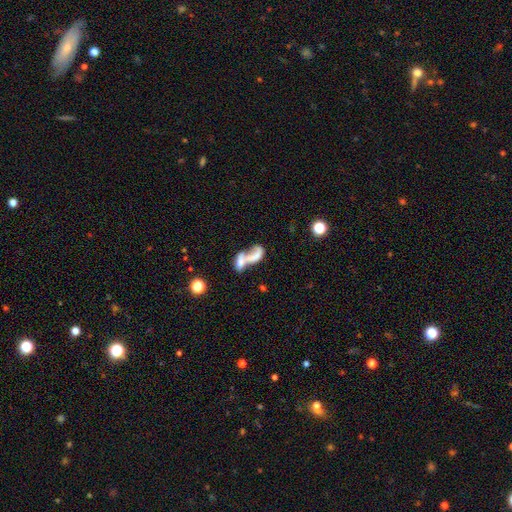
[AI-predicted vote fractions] Smooth or featured?
  - smooth: 47% *
  - featured or disk: 42%
  - star or artifact: 11%
Merging?
  - merger: 69% *
  - major disturbance: 15%
  - none: 11%
  - minor disturbance: 6%